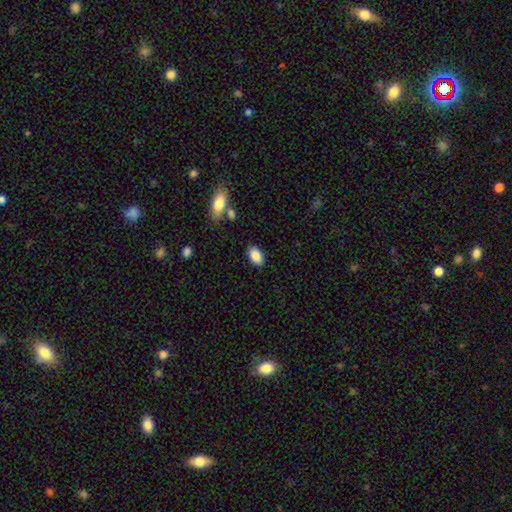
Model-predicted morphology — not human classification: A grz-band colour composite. It shows a smooth galaxy with no disk features (87%) that is in between round and cigar-shaped (93%). Merging: none (86%).